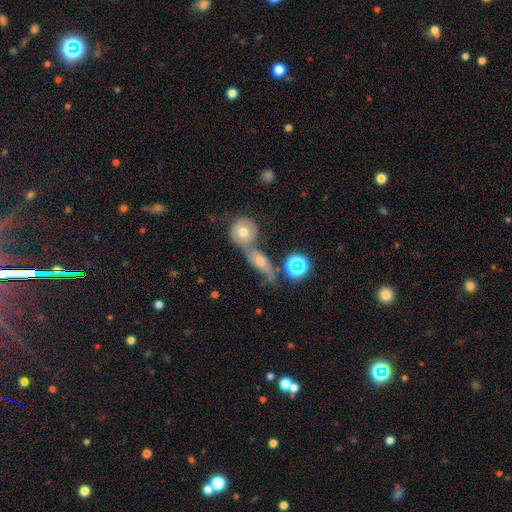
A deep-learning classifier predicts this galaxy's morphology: Overall: smooth (42%, tied with star or artifact). Merging: none (47%; merger 35%).